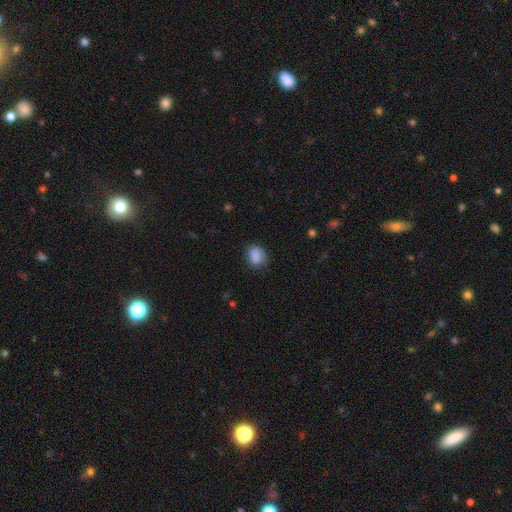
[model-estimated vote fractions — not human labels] Smooth or featured? smooth (84%)
How rounded? in between (53%)
Merging? none (70%)